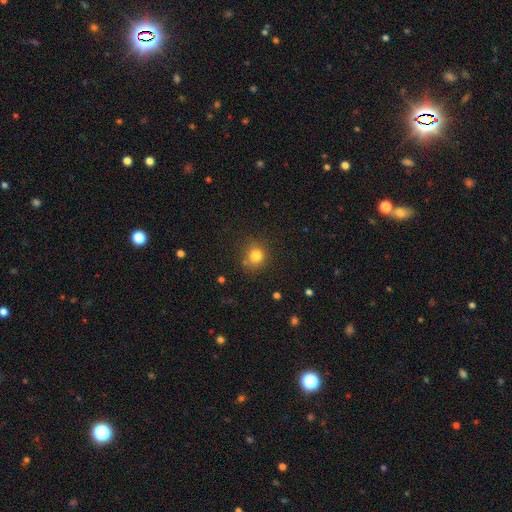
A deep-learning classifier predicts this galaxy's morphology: smooth_or_featured: smooth (p=0.80) [alt: star or artifact p=0.14]
how_rounded: round (p=0.87) [alt: in between p=0.12]
merging: none (p=0.81) [alt: minor disturbance p=0.11]